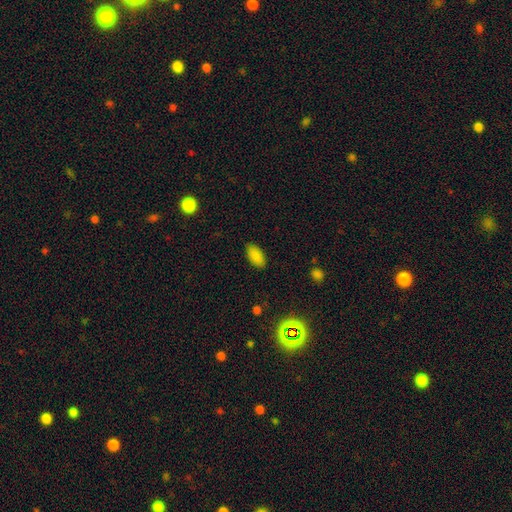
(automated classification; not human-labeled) This appears to be a smooth galaxy with no disk features (86%) that is in between round and cigar-shaped (92%). Merging: none (86%).